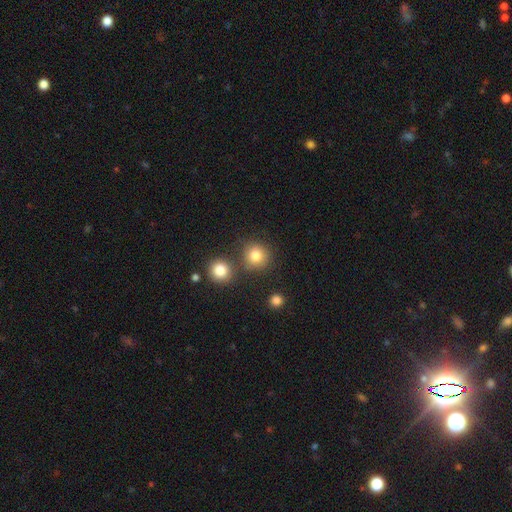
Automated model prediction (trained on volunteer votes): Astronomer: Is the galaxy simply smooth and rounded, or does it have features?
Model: smooth — 82%.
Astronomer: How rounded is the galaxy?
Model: round — 90%.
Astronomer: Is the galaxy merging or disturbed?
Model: none — 73%.